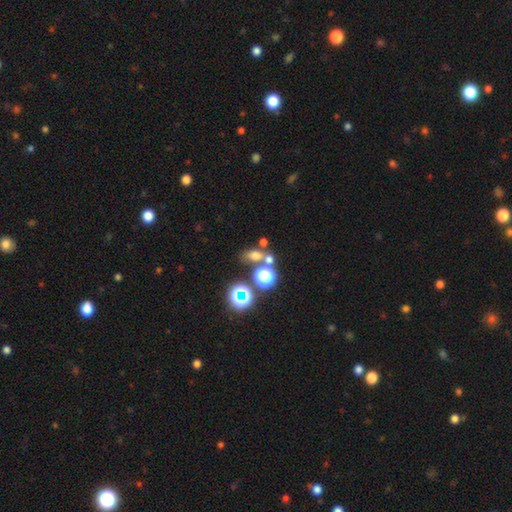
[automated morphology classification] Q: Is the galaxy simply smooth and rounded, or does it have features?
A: smooth — 60%.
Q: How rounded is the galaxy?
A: in between — 58%.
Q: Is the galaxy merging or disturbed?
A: none — 57%.